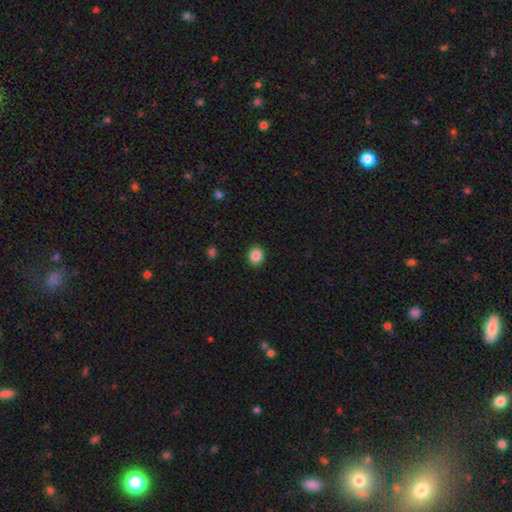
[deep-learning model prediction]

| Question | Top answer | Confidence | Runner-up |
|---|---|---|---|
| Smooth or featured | smooth | 86% | star or artifact (9%) |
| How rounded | round | 63% | in between (36%) |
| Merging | none | 90% | minor disturbance (7%) |